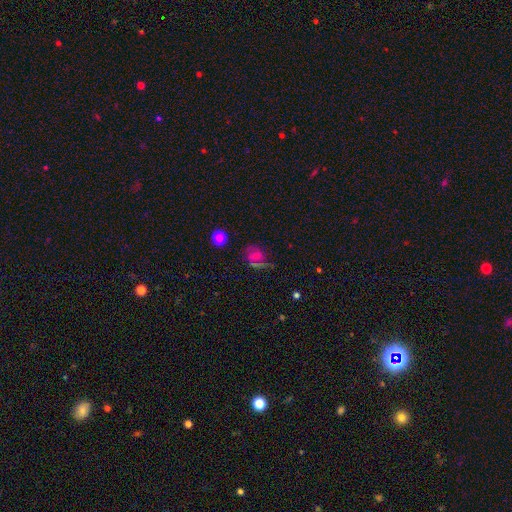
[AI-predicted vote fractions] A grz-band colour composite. It shows a featured or disk galaxy (41%). Merging: none (47%).